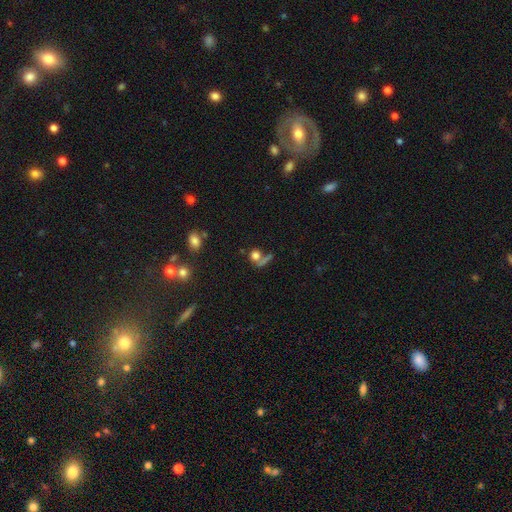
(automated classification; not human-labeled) Smooth or featured?
  - smooth: 71% *
  - star or artifact: 16%
  - featured or disk: 14%
How rounded?
  - round: 73% *
  - in between: 21%
  - cigar-shaped: 5%
Merging?
  - none: 46% *
  - merger: 32%
  - major disturbance: 12%
  - minor disturbance: 11%